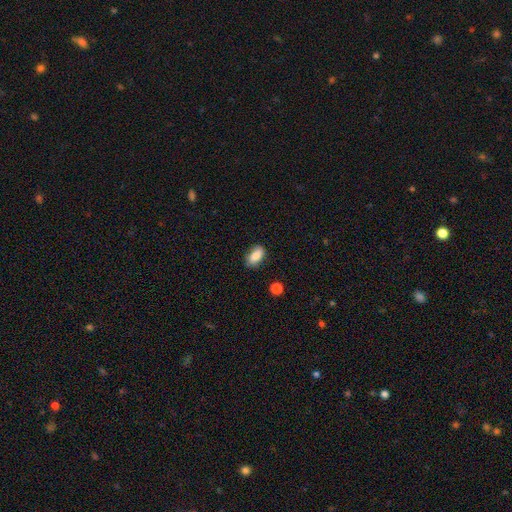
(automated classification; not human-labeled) Smooth or featured: smooth — 84% (featured or disk — 8%)
How rounded: in between — 90% (round — 7%)
Merging: none — 78% (minor disturbance — 17%)